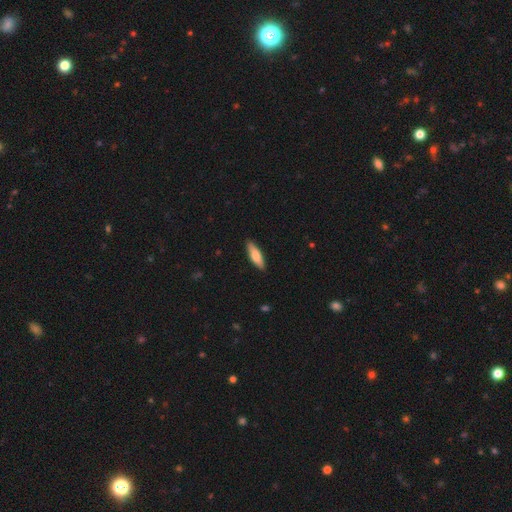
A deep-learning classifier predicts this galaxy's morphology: Smooth or featured? smooth (76%)
How rounded? cigar-shaped (52%)
Merging? none (88%)